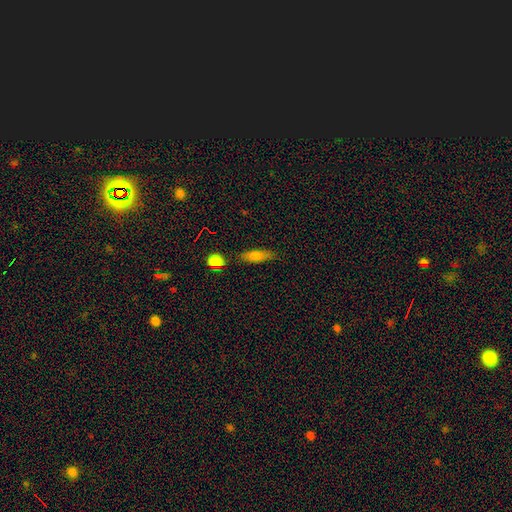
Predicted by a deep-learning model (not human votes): Smooth or featured? smooth (75%)
How rounded? in between (55%)
Merging? none (78%)